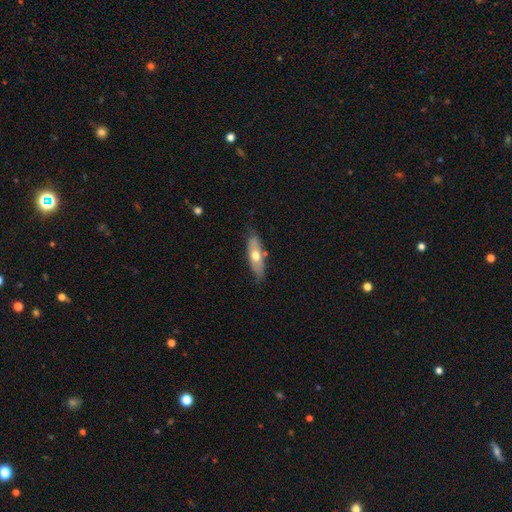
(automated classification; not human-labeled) smooth-or-featured: smooth: 55% | featured or disk: 39% | star or artifact: 6%
  how-rounded: in between: 58% | cigar-shaped: 39% | round: 3%
  merging: none: 72% | minor disturbance: 19% | merger: 5% | major disturbance: 4%